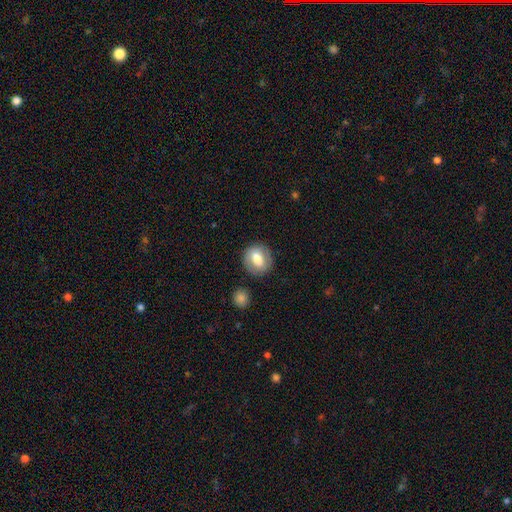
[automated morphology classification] The model was most divided on "smooth or featured": smooth: 64%, featured or disk: 29%, star or artifact: 7%. More confident: merging — none (82%); how rounded — round (67%).